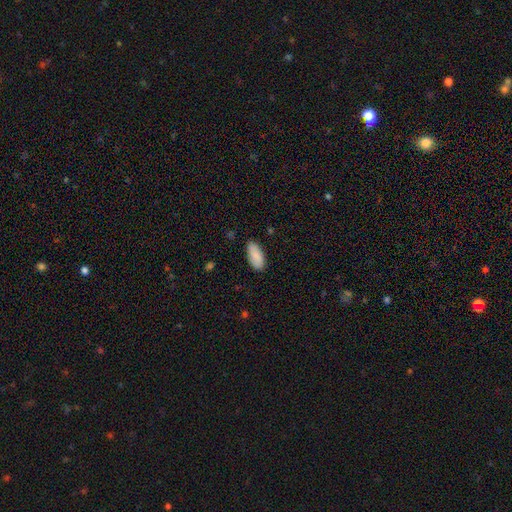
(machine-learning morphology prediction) A smooth galaxy with no disk features (86%) that is in between round and cigar-shaped (90%).

Vote fractions:
- Smooth or featured? smooth: 86% / featured or disk: 8% / star or artifact: 6%
- How rounded? in between: 90% / cigar-shaped: 8% / round: 2%
- Merging? none: 81% / minor disturbance: 15% / major disturbance: 2% / merger: 1%